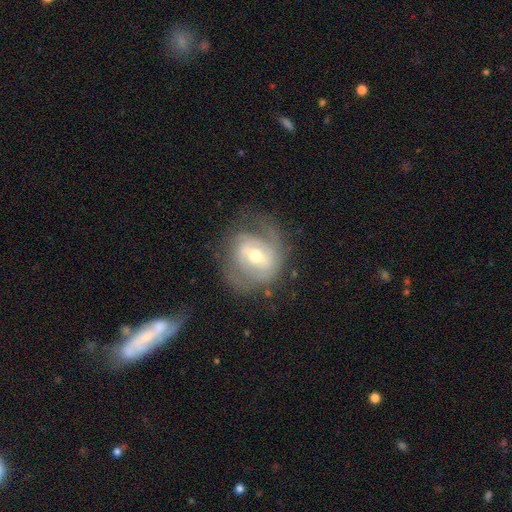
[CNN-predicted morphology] Overall: featured or disk (73%). Edge-on disk: no (96%). Bar: weak (45%; strong 28%). Spiral arms: yes (77%). Spiral arm count: 2 (53%; can't tell 27%). Spiral winding: tight (42%; medium 39%). Bulge size: moderate (64%; small 29%). Merging: none (56%; minor disturbance 23%).